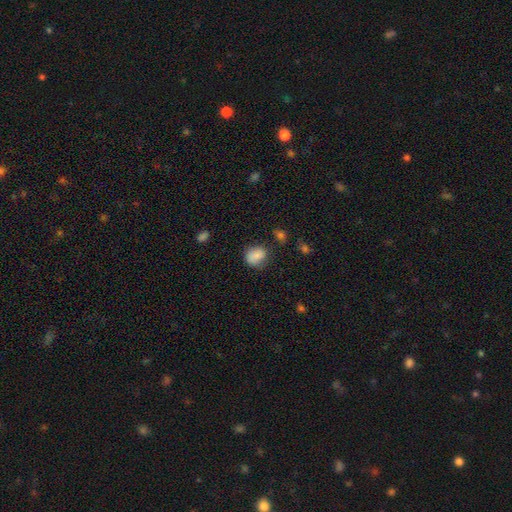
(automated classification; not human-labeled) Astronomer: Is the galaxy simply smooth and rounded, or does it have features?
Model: smooth — 84%.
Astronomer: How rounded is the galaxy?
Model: round — 52% (runner-up: in between, 47%).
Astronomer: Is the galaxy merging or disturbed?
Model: none — 67%.